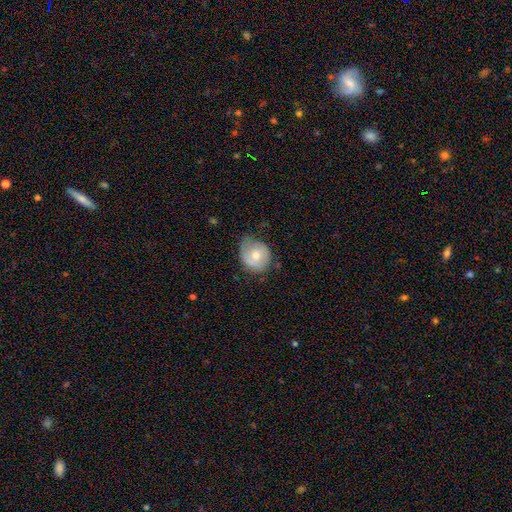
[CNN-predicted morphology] A smooth galaxy with no disk features (52%) that is round (66%). Merging: none (51%).